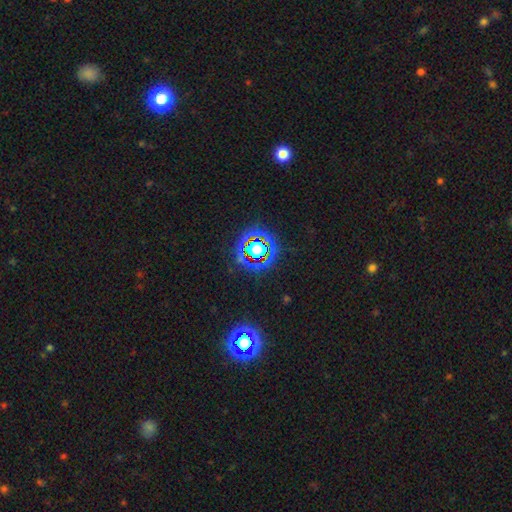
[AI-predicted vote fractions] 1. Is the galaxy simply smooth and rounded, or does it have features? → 69% star or artifact, 19% smooth, 12% featured or disk.